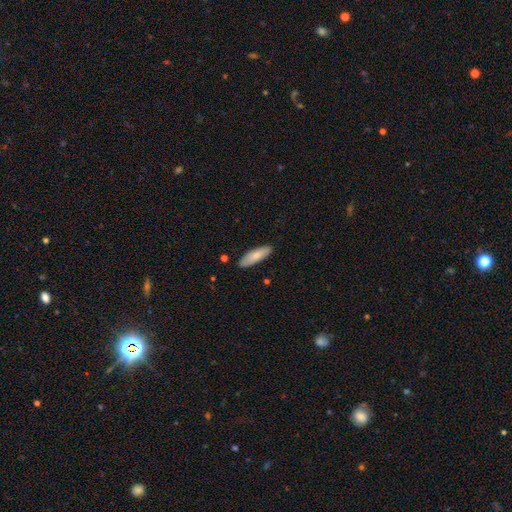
smooth-or-featured: smooth: 72% | featured or disk: 28% | star or artifact: 0%
  how-rounded: in between: 57% | cigar-shaped: 39% | round: 4%
  merging: none: 79% | minor disturbance: 15% | merger: 5% | major disturbance: 0%